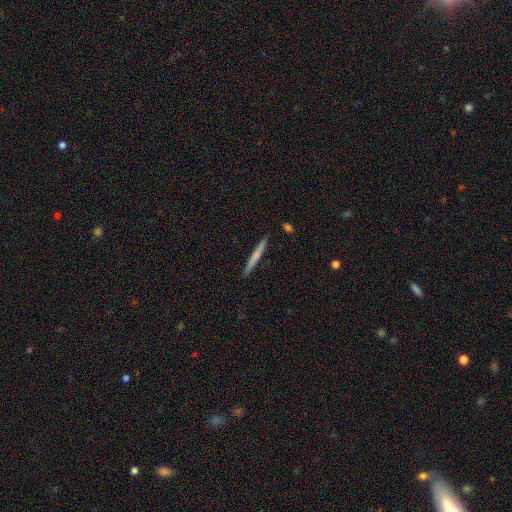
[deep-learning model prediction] A smooth galaxy with no disk features (61%) that is cigar-shaped (97%). Merging: none (91%).